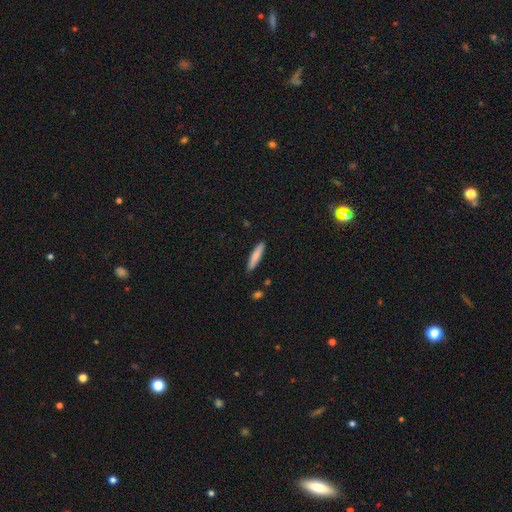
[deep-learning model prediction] A smooth galaxy with no disk features (82%) that is cigar-shaped (86%). Merging: none (87%).